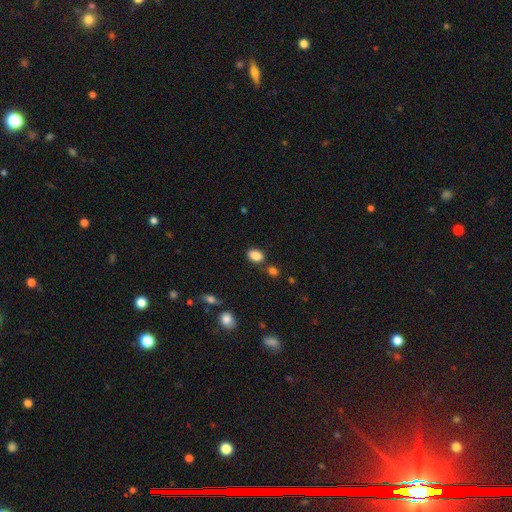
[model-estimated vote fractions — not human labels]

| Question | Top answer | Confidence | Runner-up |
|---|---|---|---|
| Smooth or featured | smooth | 86% | star or artifact (9%) |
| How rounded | in between | 78% | round (20%) |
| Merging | none | 71% | minor disturbance (14%) |